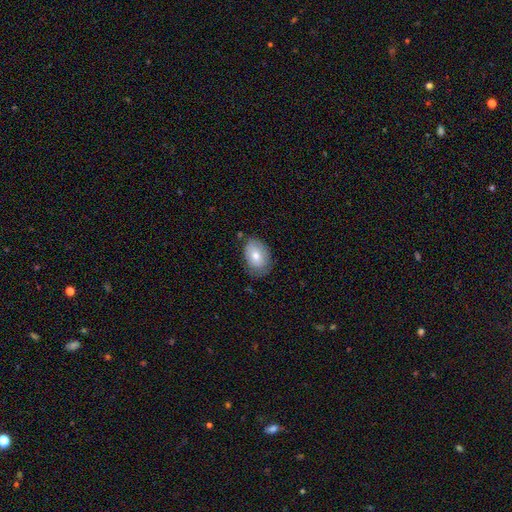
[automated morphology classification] smooth-or-featured: smooth: 72% | featured or disk: 21% | star or artifact: 7%
  how-rounded: in between: 83% | round: 16% | cigar-shaped: 1%
  merging: none: 69% | minor disturbance: 24% | major disturbance: 5% | merger: 2%